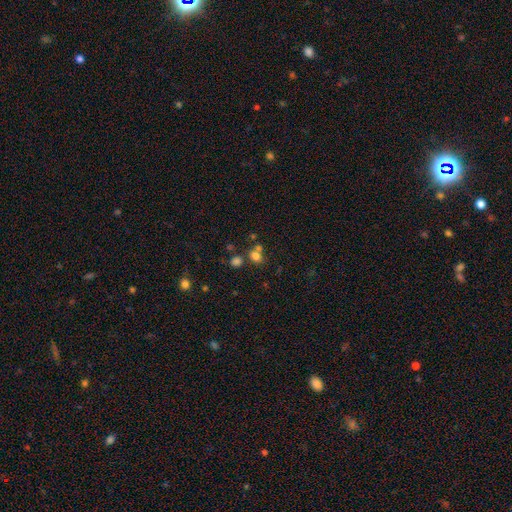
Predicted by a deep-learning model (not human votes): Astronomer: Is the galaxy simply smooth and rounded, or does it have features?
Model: smooth — 72%.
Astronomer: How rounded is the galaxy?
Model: round — 58% (runner-up: in between, 41%).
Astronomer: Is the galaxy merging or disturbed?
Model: none — 55% (runner-up: merger, 31%).